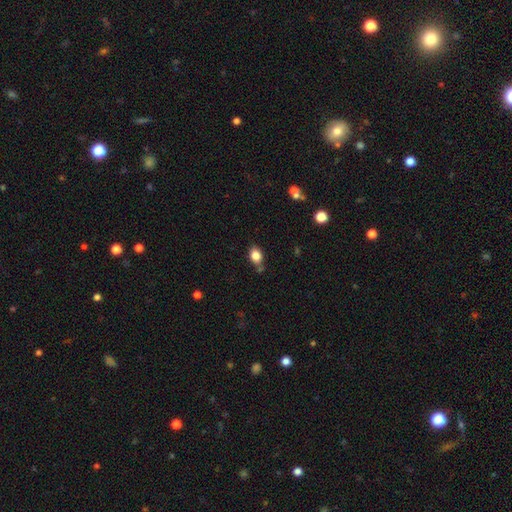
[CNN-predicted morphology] Q: Smooth or featured?
A: smooth (82%); runner-up: star or artifact (10%)
Q: How rounded?
A: in between (67%); runner-up: round (32%)
Q: Merging?
A: none (70%); runner-up: minor disturbance (18%)